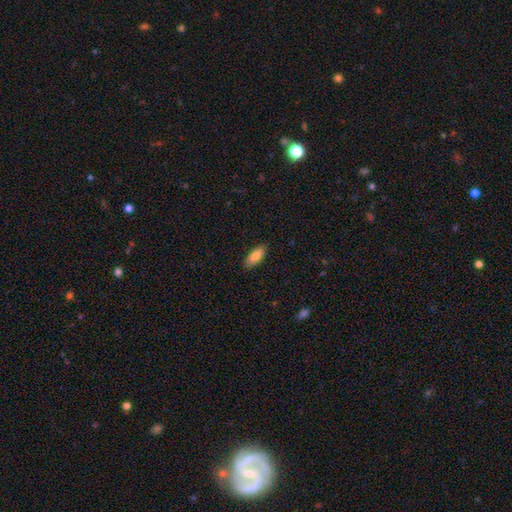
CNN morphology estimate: A smooth galaxy with no disk features (83%) that is in between round and cigar-shaped (76%). Merging: none (88%).